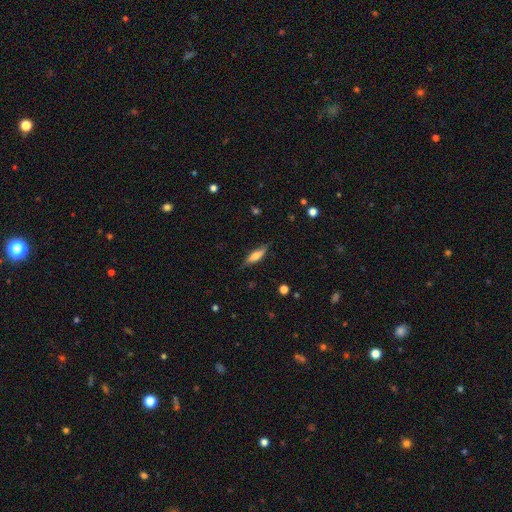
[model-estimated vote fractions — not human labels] Smooth or featured?
  - smooth: 58% *
  - featured or disk: 35%
  - star or artifact: 7%
How rounded?
  - cigar-shaped: 60% *
  - in between: 37%
  - round: 2%
Merging?
  - none: 79% *
  - minor disturbance: 17%
  - major disturbance: 3%
  - merger: 1%